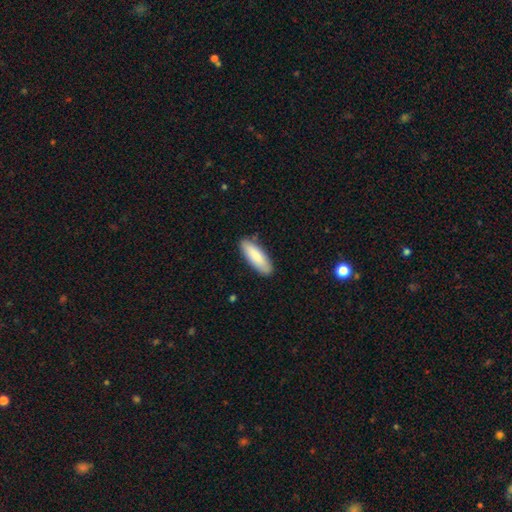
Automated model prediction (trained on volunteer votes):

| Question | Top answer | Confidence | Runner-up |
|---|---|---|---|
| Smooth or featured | smooth | 86% | featured or disk (9%) |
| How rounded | in between | 60% | cigar-shaped (39%) |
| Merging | none | 85% | minor disturbance (11%) |